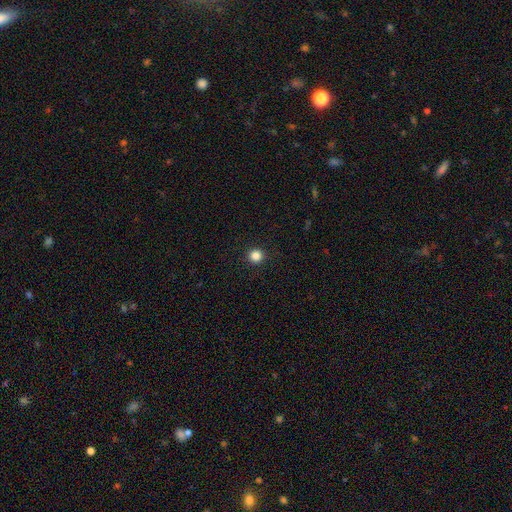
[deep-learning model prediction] Q: Smooth or featured?
A: smooth (85%); runner-up: star or artifact (12%)
Q: How rounded?
A: round (95%); runner-up: in between (4%)
Q: Merging?
A: none (93%); runner-up: minor disturbance (4%)